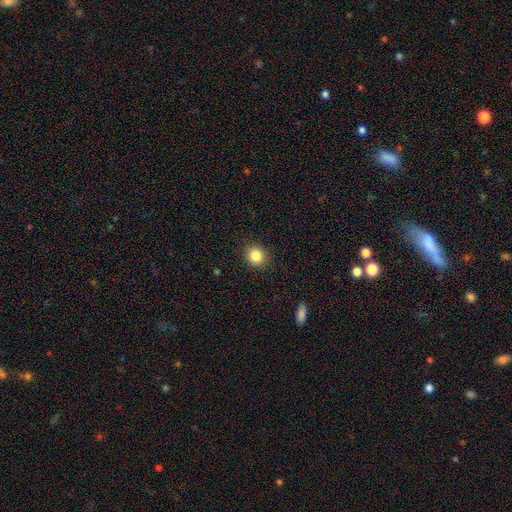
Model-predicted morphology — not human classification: A smooth galaxy with no disk features (85%) that is round (86%). Merging: none (90%).